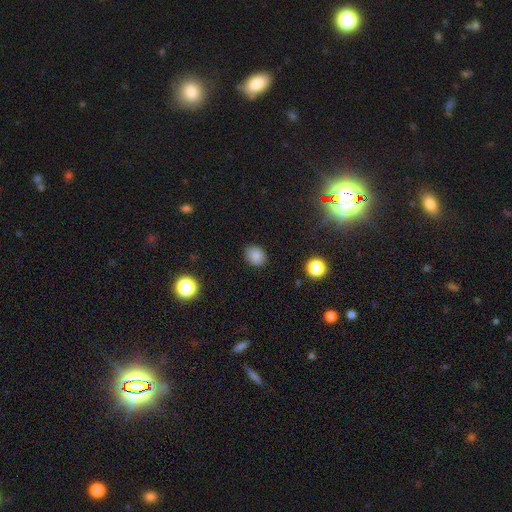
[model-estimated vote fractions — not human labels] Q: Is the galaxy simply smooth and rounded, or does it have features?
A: smooth — 83%.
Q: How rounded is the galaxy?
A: round — 54%.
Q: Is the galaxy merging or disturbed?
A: none — 84%.